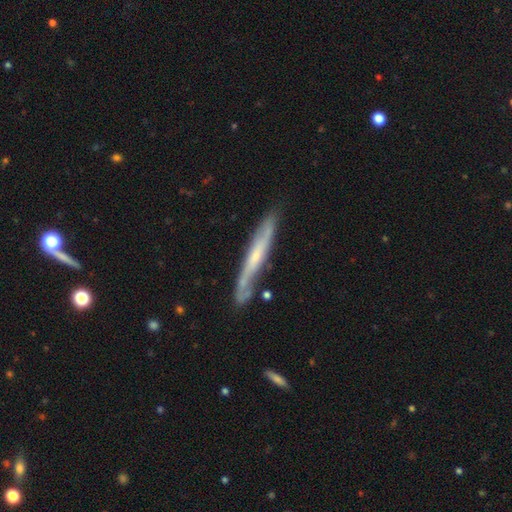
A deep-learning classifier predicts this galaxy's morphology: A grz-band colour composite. It shows a featured or disk galaxy (66%) viewed edge-on (77%) with no central bulge (52%). Merging: none (72%).